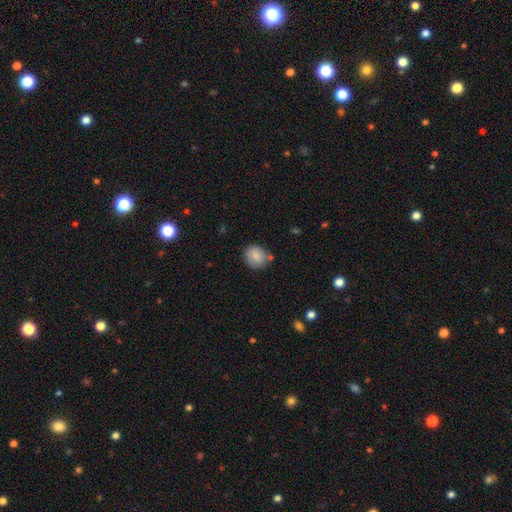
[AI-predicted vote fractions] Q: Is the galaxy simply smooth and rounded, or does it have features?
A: smooth — 82%.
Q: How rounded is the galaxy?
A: round — 74%.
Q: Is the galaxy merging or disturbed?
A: none — 73%.